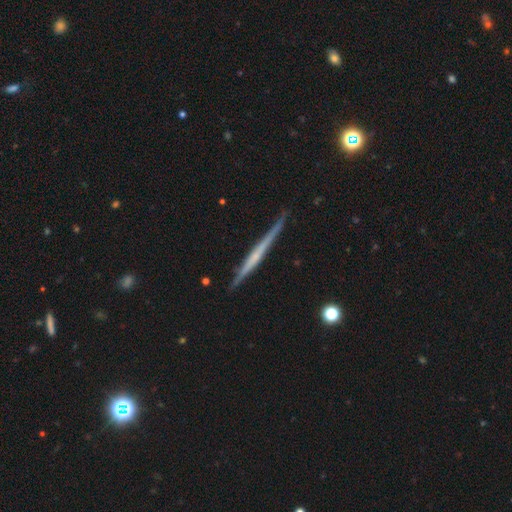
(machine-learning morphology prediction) This is likely a featured or disk galaxy (65%). It is clearly viewed edge-on (98%). Edge-on bulge: likely none (75%). Merging: clearly none (87%).